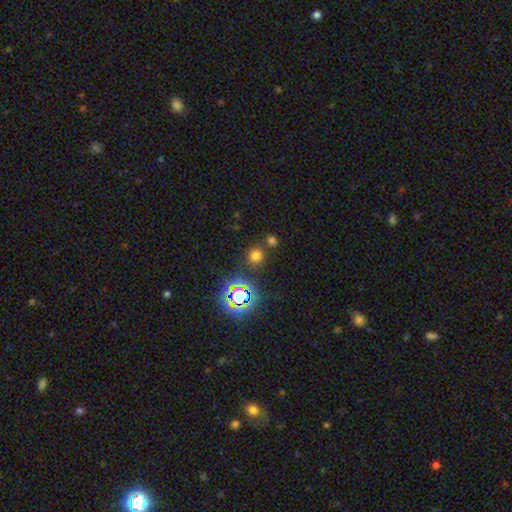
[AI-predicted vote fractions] Overall: smooth (67%; star or artifact 27%). How rounded: round (86%). Merging: none (78%).